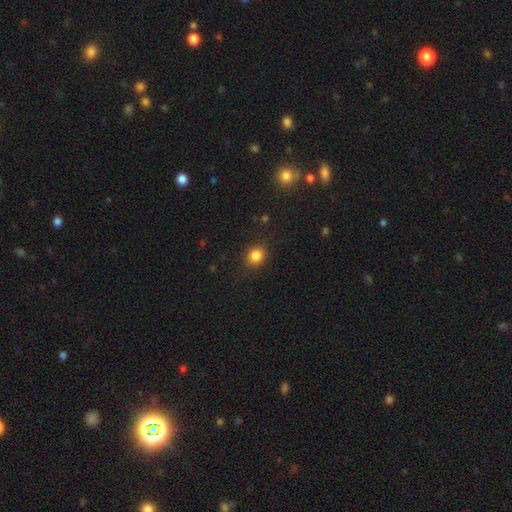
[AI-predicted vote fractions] smooth_or_featured: smooth (p=0.84) [alt: star or artifact p=0.11]
how_rounded: round (p=0.65) [alt: in between p=0.34]
merging: none (p=0.85) [alt: minor disturbance p=0.11]